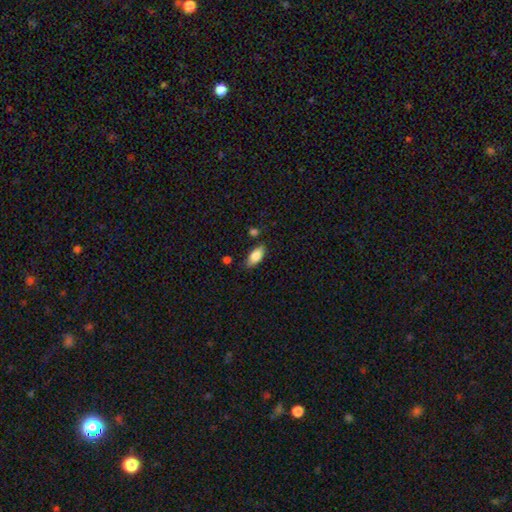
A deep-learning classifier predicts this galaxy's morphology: This is clearly a smooth galaxy (85%). How rounded: clearly in between (88%). Merging: likely none (78%).